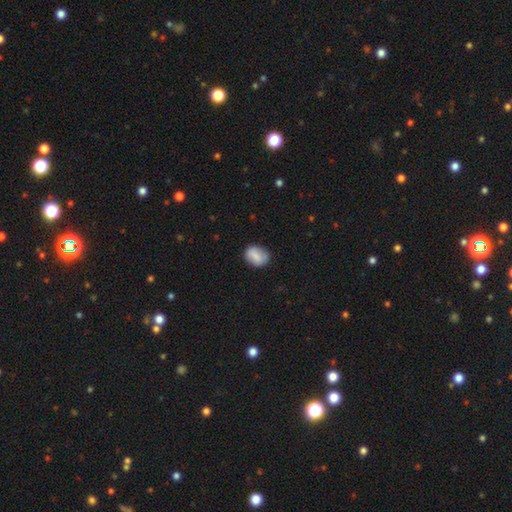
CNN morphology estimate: smooth-or-featured: smooth: 76% | featured or disk: 17% | star or artifact: 7%
  how-rounded: in between: 59% | round: 39% | cigar-shaped: 1%
  merging: none: 79% | minor disturbance: 15% | major disturbance: 4% | merger: 1%